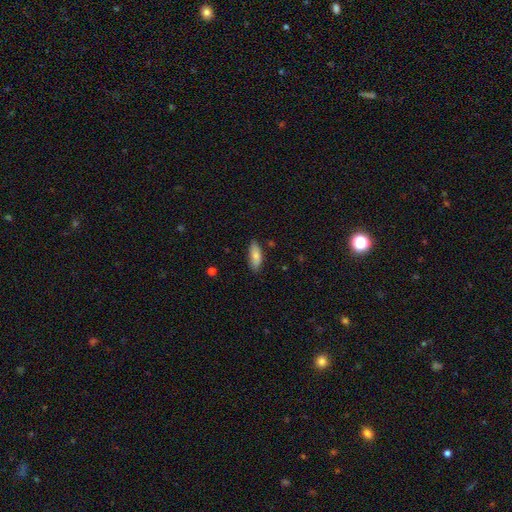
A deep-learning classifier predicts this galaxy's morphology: Smooth or featured: smooth — 82% (featured or disk — 12%)
How rounded: in between — 71% (cigar-shaped — 27%)
Merging: none — 82% (minor disturbance — 15%)